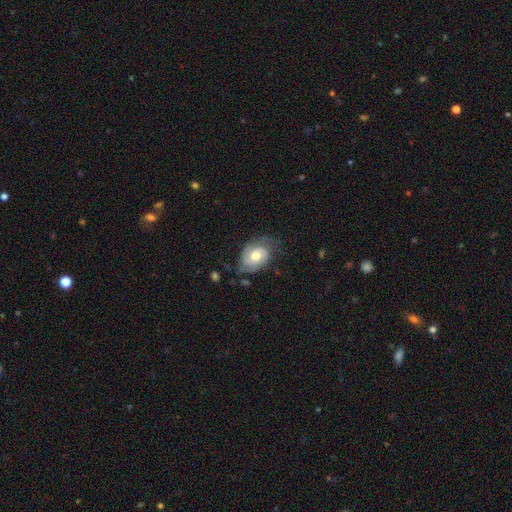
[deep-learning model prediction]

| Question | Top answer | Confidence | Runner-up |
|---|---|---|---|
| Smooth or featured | featured or disk | 57% | smooth (36%) |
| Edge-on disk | no | 96% | yes (4%) |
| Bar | no | 72% | weak (24%) |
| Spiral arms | yes | 82% | no (18%) |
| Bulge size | moderate | 70% | large (15%) |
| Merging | none | 57% | minor disturbance (28%) |